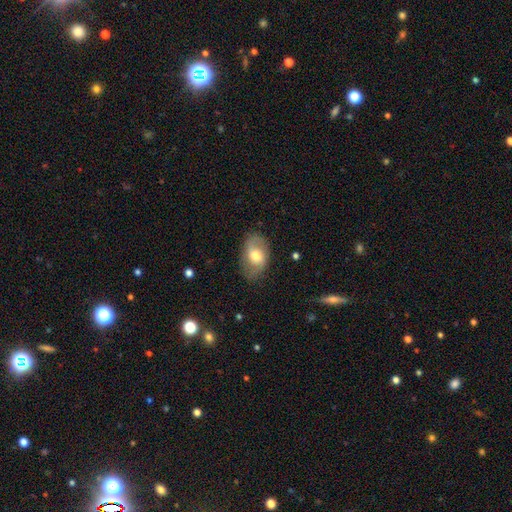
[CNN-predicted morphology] smooth_or_featured: smooth (p=0.48) [alt: featured or disk p=0.45]
merging: none (p=0.77) [alt: minor disturbance p=0.17]